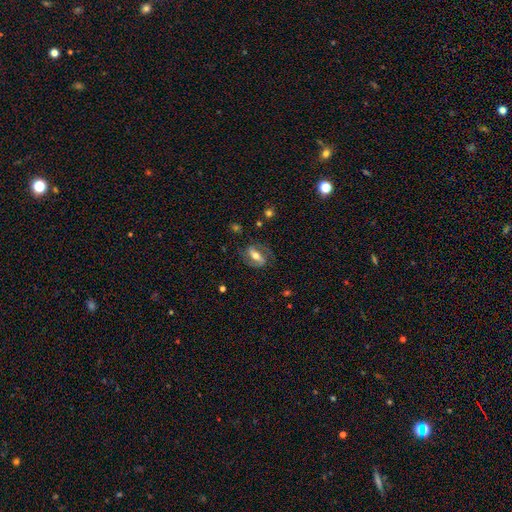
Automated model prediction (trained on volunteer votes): A featured or disk galaxy (70%) with a strong bar (56%), 2 (86%) medium (46%) spiral arms (81%) and a moderate central bulge (67%). Merging: none (75%).